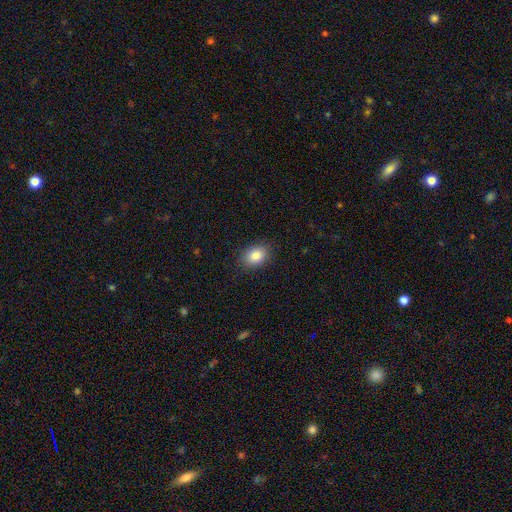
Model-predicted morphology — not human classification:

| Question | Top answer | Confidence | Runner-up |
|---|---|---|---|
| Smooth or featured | smooth | 85% | star or artifact (9%) |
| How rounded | in between | 73% | round (26%) |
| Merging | none | 88% | minor disturbance (9%) |